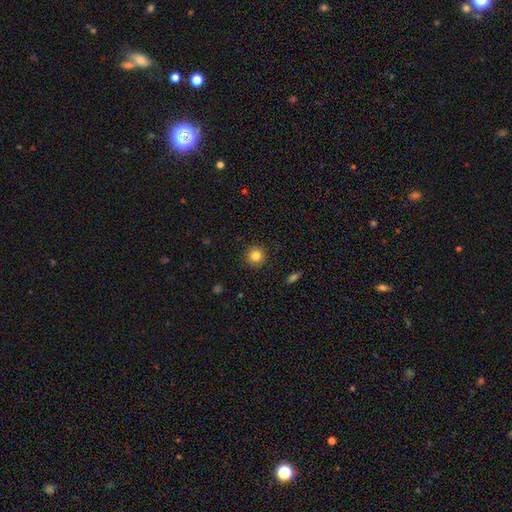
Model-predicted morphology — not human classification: smooth_or_featured: smooth (p=0.83) [alt: star or artifact p=0.10]
how_rounded: round (p=0.93) [alt: in between p=0.06]
merging: none (p=0.90) [alt: minor disturbance p=0.07]